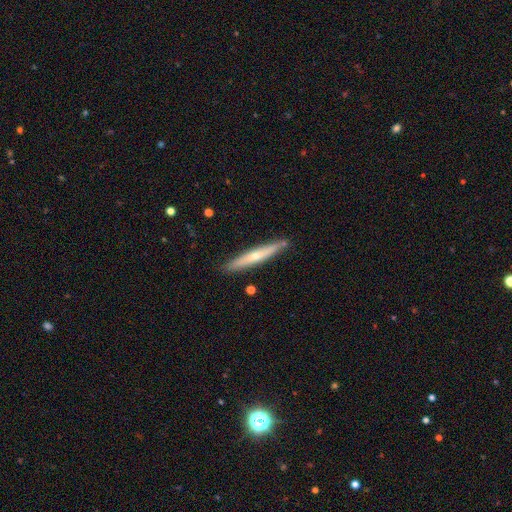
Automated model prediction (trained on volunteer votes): Smooth or featured: featured or disk — 56% (smooth — 38%)
Edge-on disk: yes — 92% (no — 8%)
Edge-on bulge: rounded — 75% (none — 23%)
Merging: none — 86% (minor disturbance — 10%)